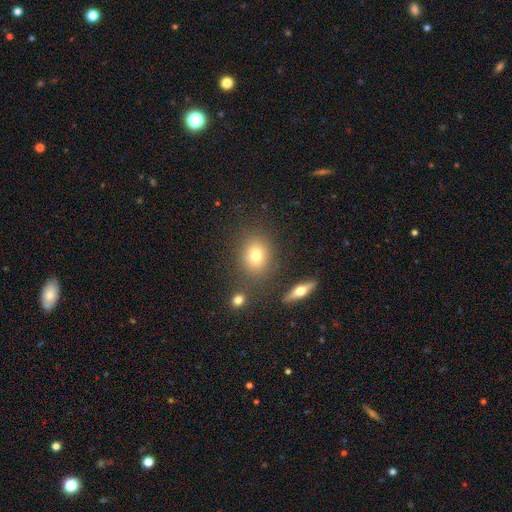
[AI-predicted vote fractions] Q: Smooth or featured?
A: smooth (73%); runner-up: featured or disk (15%)
Q: How rounded?
A: round (54%); runner-up: in between (44%)
Q: Merging?
A: none (78%); runner-up: minor disturbance (11%)